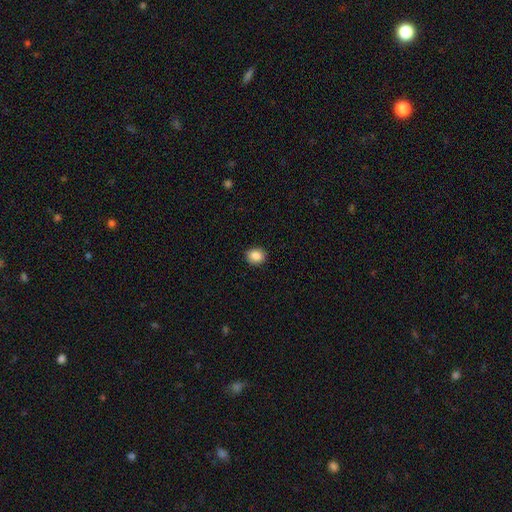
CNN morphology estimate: A smooth galaxy with no disk features (88%) that is round (69%).

Vote fractions:
- Smooth or featured? smooth: 88% / star or artifact: 9% / featured or disk: 3%
- How rounded? round: 69% / in between: 30% / cigar-shaped: 1%
- Merging? none: 91% / minor disturbance: 7% / major disturbance: 2% / merger: 1%